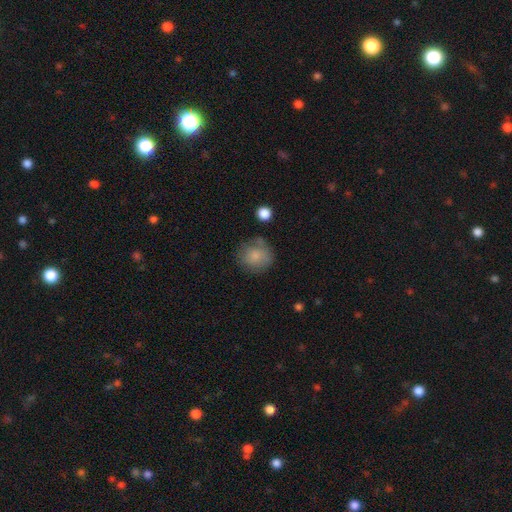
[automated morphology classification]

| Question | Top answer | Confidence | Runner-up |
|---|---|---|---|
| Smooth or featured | smooth | 82% | featured or disk (10%) |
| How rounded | round | 87% | in between (12%) |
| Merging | none | 67% | minor disturbance (20%) |